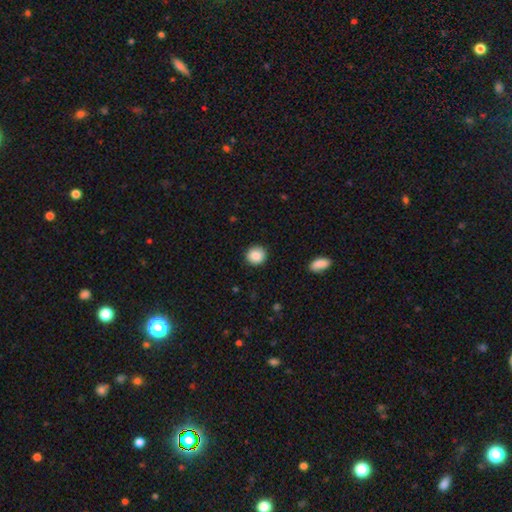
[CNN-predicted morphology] Smooth or featured: smooth — 88% (star or artifact — 8%)
How rounded: round — 89% (in between — 10%)
Merging: none — 91% (minor disturbance — 6%)